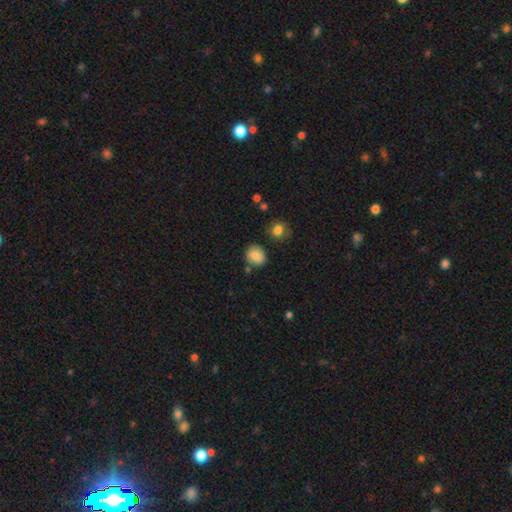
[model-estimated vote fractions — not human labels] A smooth galaxy with no disk features (84%) that is round (66%).

Vote fractions:
- Smooth or featured? smooth: 84% / star or artifact: 9% / featured or disk: 7%
- How rounded? round: 66% / in between: 33% / cigar-shaped: 1%
- Merging? none: 77% / minor disturbance: 14% / merger: 5% / major disturbance: 3%